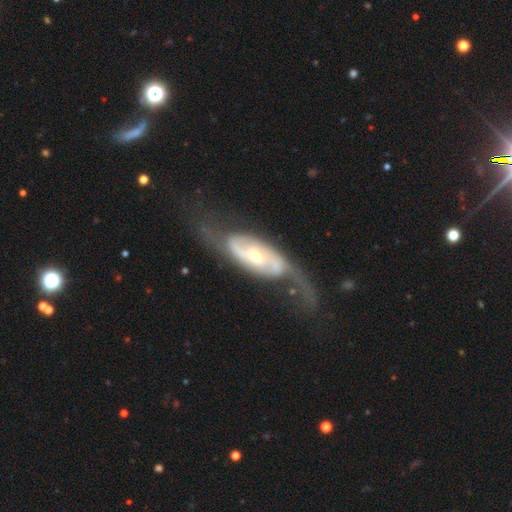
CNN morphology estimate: Smooth or featured? featured or disk (85%)
Edge-on disk? no (91%)
Bar? no (50%)
Spiral arms? yes (91%)
Spiral winding? loose (51%)
Spiral arm count? 2 (87%)
Bulge size? moderate (52%)
Merging? none (55%)